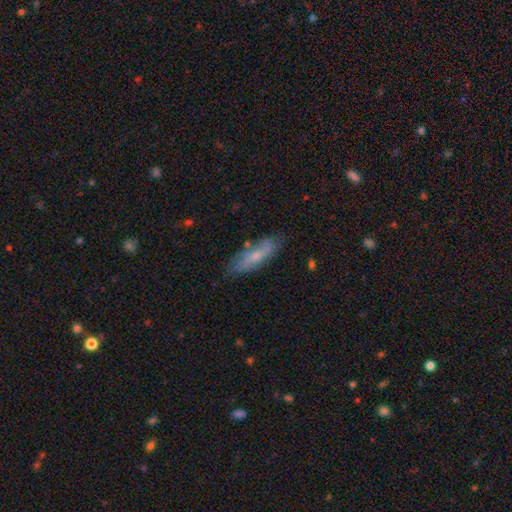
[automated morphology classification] A smooth galaxy with no disk features (54%) that is cigar-shaped (56%). Merging: none (73%).